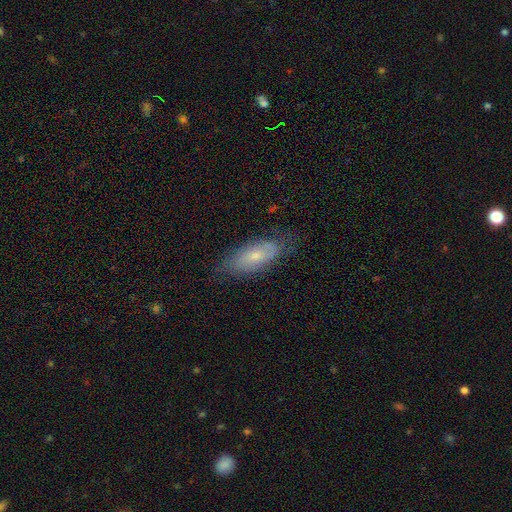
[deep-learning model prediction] Smooth or featured?
  - smooth: 51% *
  - featured or disk: 42%
  - star or artifact: 7%
How rounded?
  - in between: 76% *
  - cigar-shaped: 22%
  - round: 2%
Merging?
  - none: 71% *
  - minor disturbance: 22%
  - major disturbance: 6%
  - merger: 1%